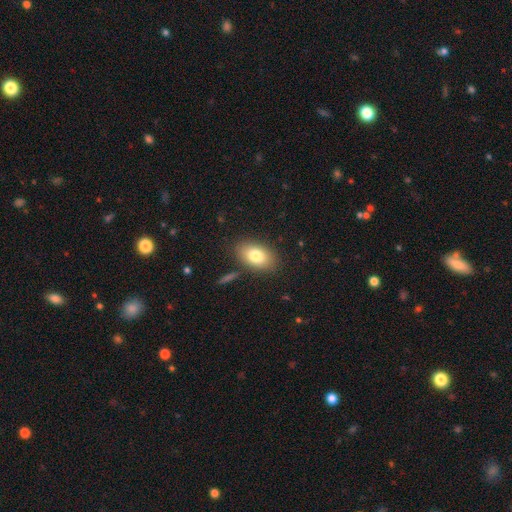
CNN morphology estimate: type=smooth (80%); roundness=in between (89%); merging=none (84%).